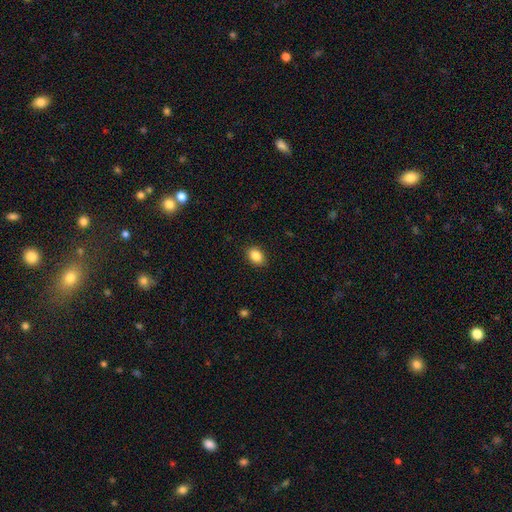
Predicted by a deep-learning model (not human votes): This appears to be a smooth galaxy with no disk features (86%) that is in between round and cigar-shaped (75%). Merging: none (89%).